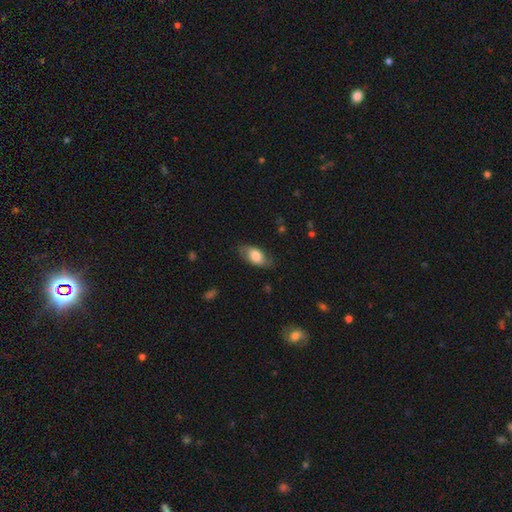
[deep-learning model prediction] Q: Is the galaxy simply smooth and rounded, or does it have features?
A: smooth — 70%.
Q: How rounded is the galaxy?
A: in between — 90%.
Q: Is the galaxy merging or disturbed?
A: none — 75%.